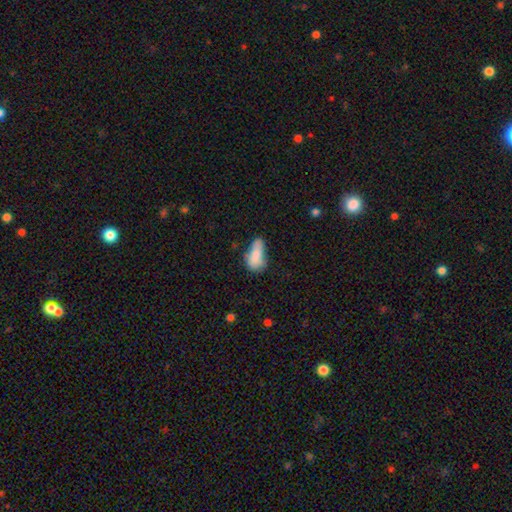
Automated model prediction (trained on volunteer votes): A smooth galaxy with no disk features (79%) that is in between round and cigar-shaped (87%).

Vote fractions:
- Smooth or featured? smooth: 79% / featured or disk: 13% / star or artifact: 8%
- How rounded? in between: 87% / cigar-shaped: 9% / round: 4%
- Merging? none: 39% / minor disturbance: 38% / major disturbance: 16% / merger: 7%